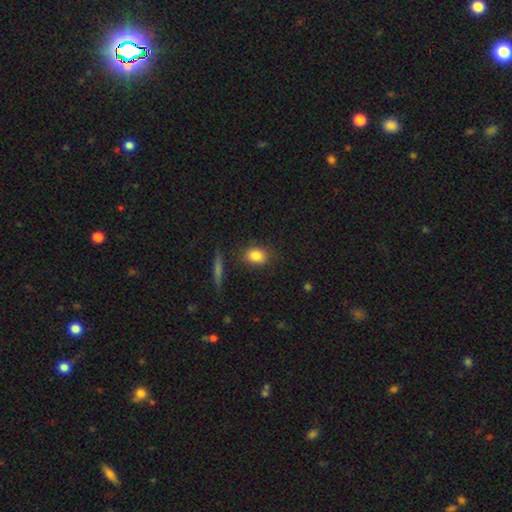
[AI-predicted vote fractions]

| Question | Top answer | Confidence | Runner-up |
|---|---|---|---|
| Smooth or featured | smooth | 85% | star or artifact (9%) |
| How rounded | in between | 55% | round (41%) |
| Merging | none | 82% | minor disturbance (11%) |